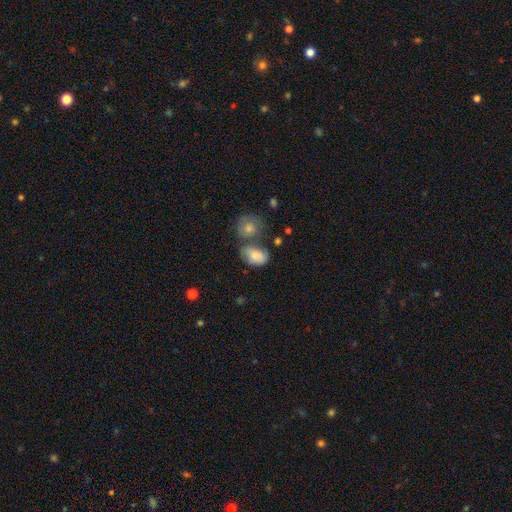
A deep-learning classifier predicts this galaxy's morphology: Smooth or featured: smooth — 79% (featured or disk — 13%)
How rounded: in between — 85% (round — 14%)
Merging: none — 38% (merger — 30%)